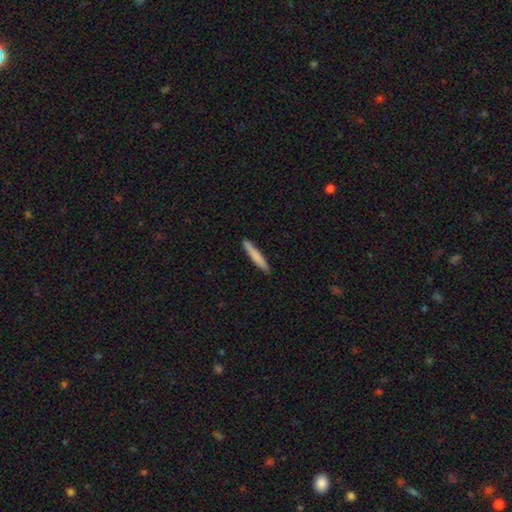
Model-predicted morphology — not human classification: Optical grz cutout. It shows a smooth galaxy with no disk features (78%) that is cigar-shaped (94%). Merging: none (90%).